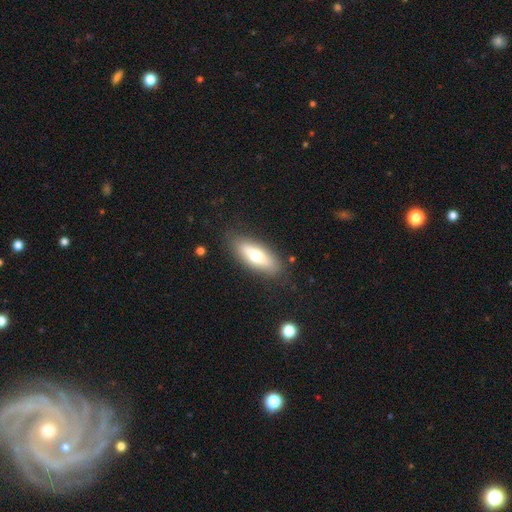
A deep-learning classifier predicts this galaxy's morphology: Overall: smooth (66%; featured or disk 28%). How rounded: in between (69%; cigar-shaped 29%). Merging: none (83%).